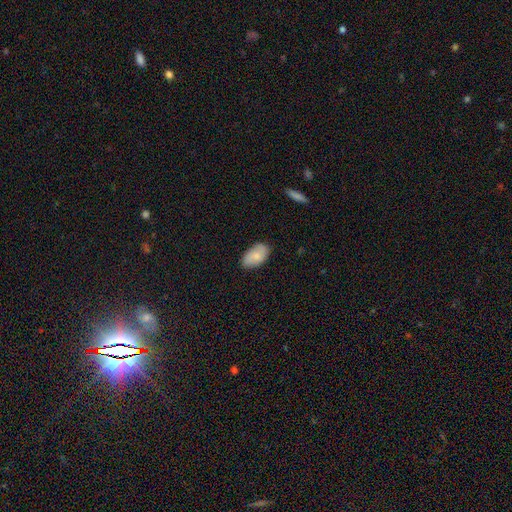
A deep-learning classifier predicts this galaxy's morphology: smooth-or-featured: smooth: 79% | featured or disk: 14% | star or artifact: 6%
  how-rounded: in between: 94% | round: 4% | cigar-shaped: 2%
  merging: none: 82% | minor disturbance: 14% | major disturbance: 2% | merger: 1%